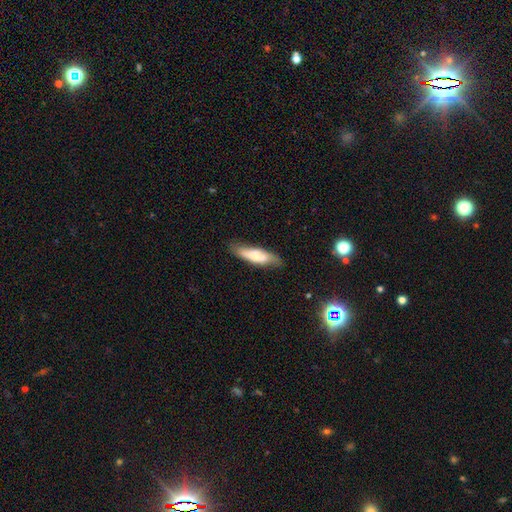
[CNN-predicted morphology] Q: Smooth or featured?
A: smooth (67%); runner-up: featured or disk (27%)
Q: How rounded?
A: cigar-shaped (63%); runner-up: in between (35%)
Q: Merging?
A: none (73%); runner-up: minor disturbance (21%)